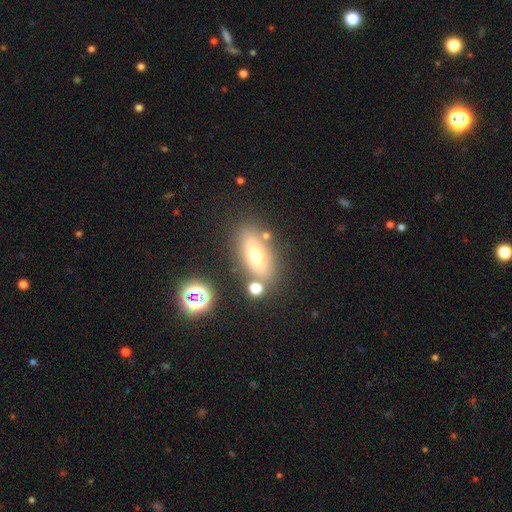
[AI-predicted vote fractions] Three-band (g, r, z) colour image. It shows a smooth galaxy with no disk features (59%) that is in between round and cigar-shaped (72%). Merging: none (75%).